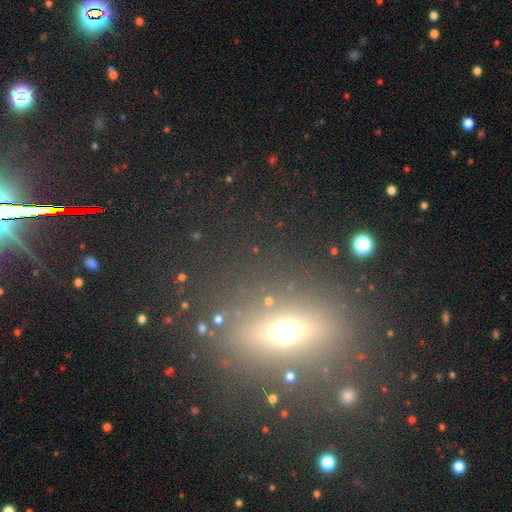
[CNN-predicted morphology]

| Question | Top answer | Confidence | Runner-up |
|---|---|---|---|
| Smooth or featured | star or artifact | 39% | smooth (34%) |